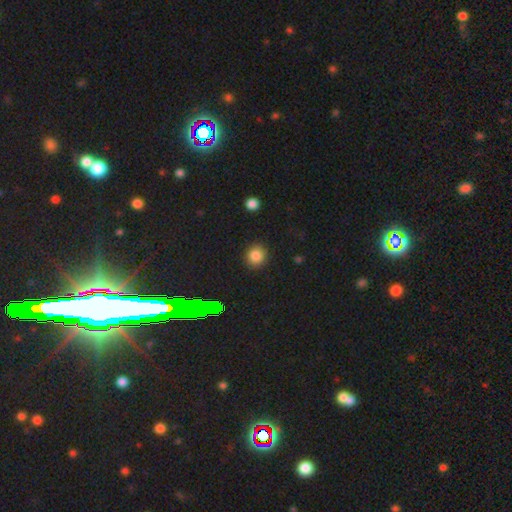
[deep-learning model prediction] A smooth galaxy with no disk features (81%) that is round (89%).

Vote fractions:
- Smooth or featured? smooth: 81% / star or artifact: 14% / featured or disk: 5%
- How rounded? round: 89% / in between: 10% / cigar-shaped: 1%
- Merging? none: 89% / minor disturbance: 7% / major disturbance: 2% / merger: 1%